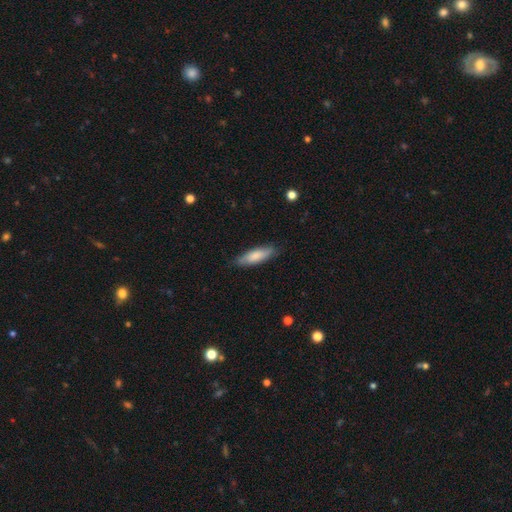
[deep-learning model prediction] A smooth galaxy with no disk features (78%) that is cigar-shaped (54%). Merging: none (81%).